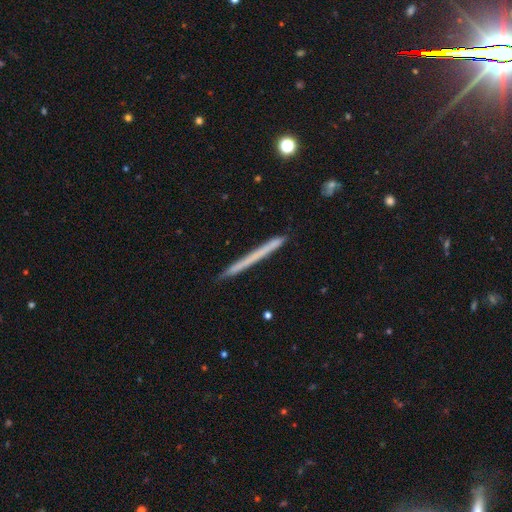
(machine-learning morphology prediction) Smooth or featured? smooth (52%)
How rounded? cigar-shaped (97%)
Merging? none (90%)